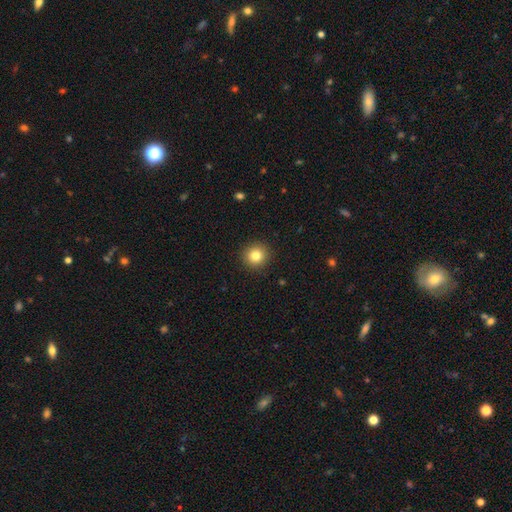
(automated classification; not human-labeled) This appears to be a smooth galaxy with no disk features (82%) that is round (94%). Merging: none (92%).